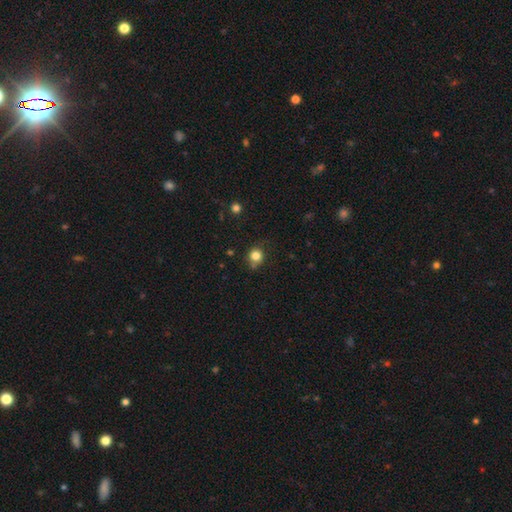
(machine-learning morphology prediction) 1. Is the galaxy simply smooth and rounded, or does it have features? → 82% smooth, 12% star or artifact, 6% featured or disk.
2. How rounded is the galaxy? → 87% round, 13% in between, 1% cigar-shaped.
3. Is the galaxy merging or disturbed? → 73% none, 18% minor disturbance, 5% major disturbance, 5% merger.